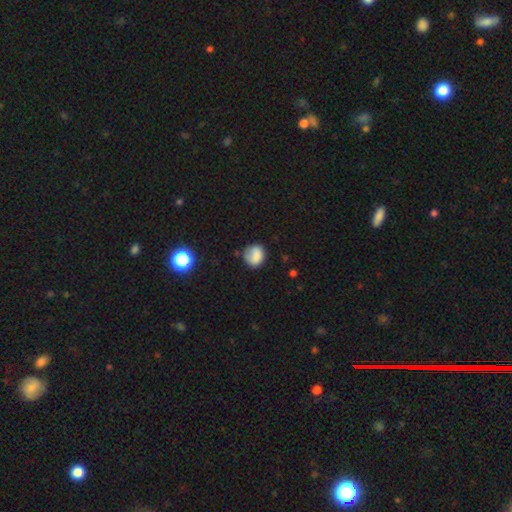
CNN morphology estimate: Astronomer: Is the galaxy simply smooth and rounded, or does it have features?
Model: smooth — 82%.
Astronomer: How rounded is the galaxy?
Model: round — 77%.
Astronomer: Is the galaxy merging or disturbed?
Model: none — 71%.